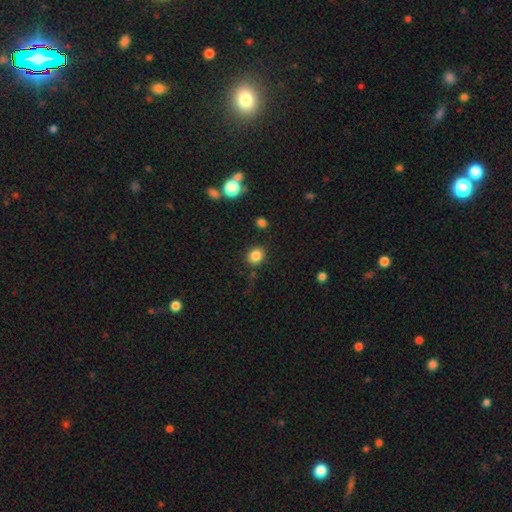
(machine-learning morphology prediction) smooth_or_featured: smooth (p=0.84) [alt: star or artifact p=0.11]
how_rounded: round (p=0.66) [alt: in between p=0.33]
merging: none (p=0.83) [alt: minor disturbance p=0.11]